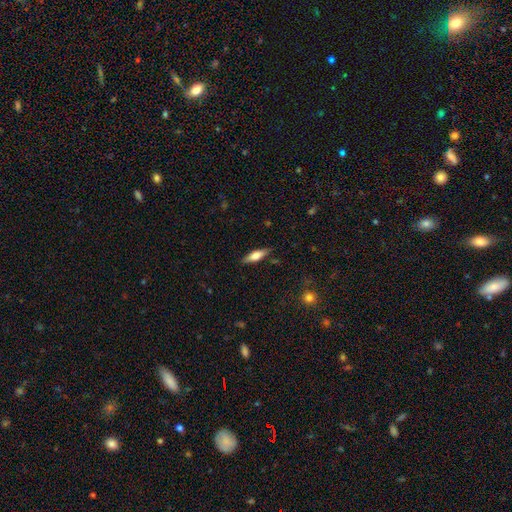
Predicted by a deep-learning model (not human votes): This is possibly a smooth galaxy (60%). How rounded: possibly in between (49%, tied with cigar-shaped). Merging: clearly none (85%).